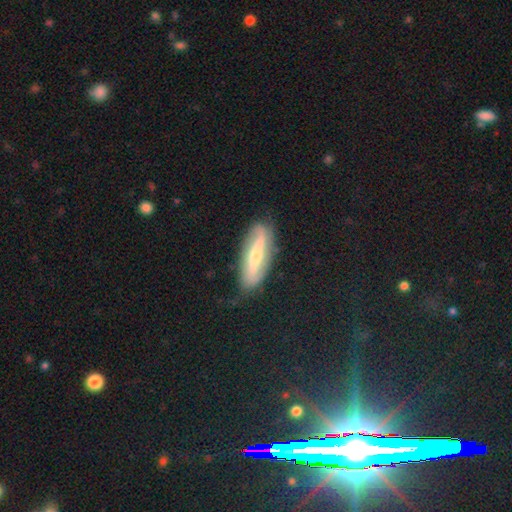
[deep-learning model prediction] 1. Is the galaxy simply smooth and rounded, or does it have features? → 68% featured or disk, 26% smooth, 6% star or artifact.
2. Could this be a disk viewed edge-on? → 68% no, 32% yes.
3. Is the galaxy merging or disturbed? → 76% none, 17% minor disturbance, 5% major disturbance, 2% merger.